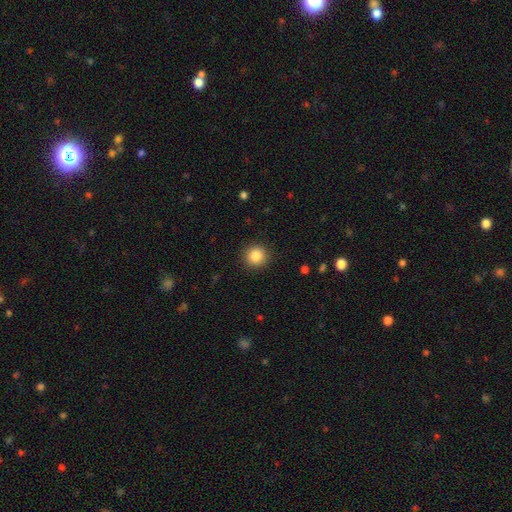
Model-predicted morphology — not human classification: This appears to be a smooth galaxy with no disk features (87%) that is round (94%). Merging: none (91%).